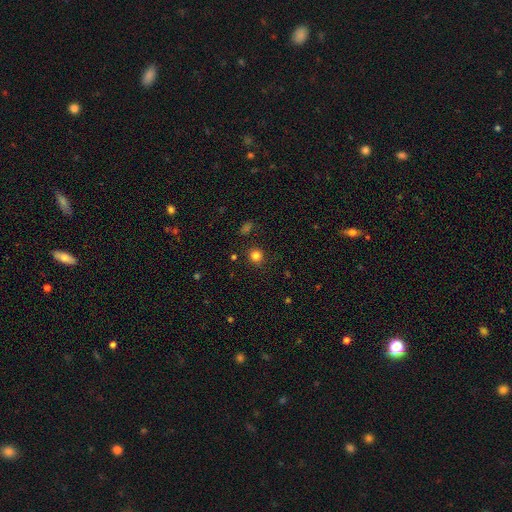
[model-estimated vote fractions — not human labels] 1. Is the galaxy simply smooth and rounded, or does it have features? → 82% smooth, 14% star or artifact, 4% featured or disk.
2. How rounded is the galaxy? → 90% round, 9% in between, 1% cigar-shaped.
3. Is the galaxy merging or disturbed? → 88% none, 7% minor disturbance, 3% major disturbance, 2% merger.